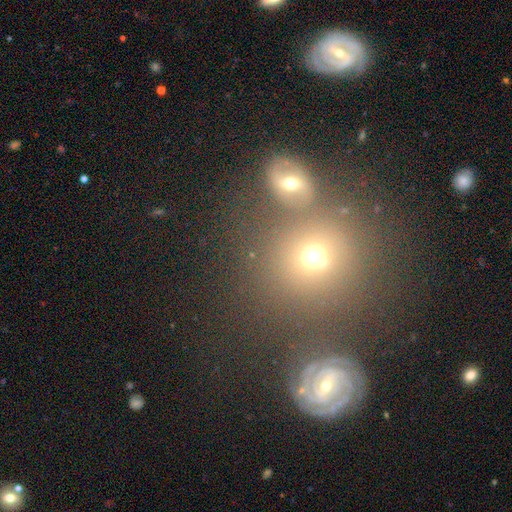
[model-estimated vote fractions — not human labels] smooth_or_featured: smooth (p=0.50) [alt: featured or disk p=0.26]
merging: none (p=0.63) [alt: merger p=0.20]